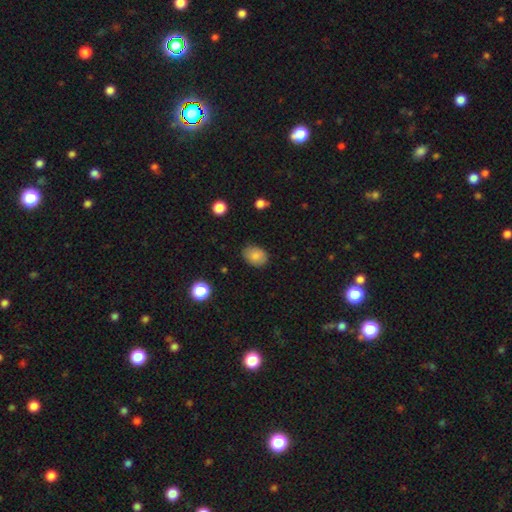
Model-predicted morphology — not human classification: Overall: smooth (83%). How rounded: in between (73%). Merging: none (82%).